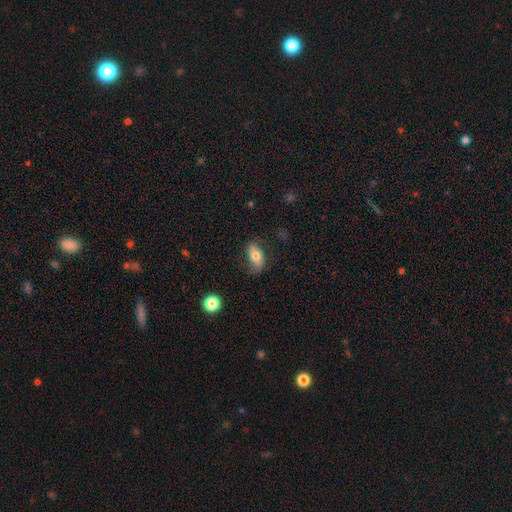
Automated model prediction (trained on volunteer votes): The model was most divided on "smooth or featured": smooth: 63%, featured or disk: 29%, star or artifact: 7%. More confident: how rounded — in between (86%); merging — none (69%).